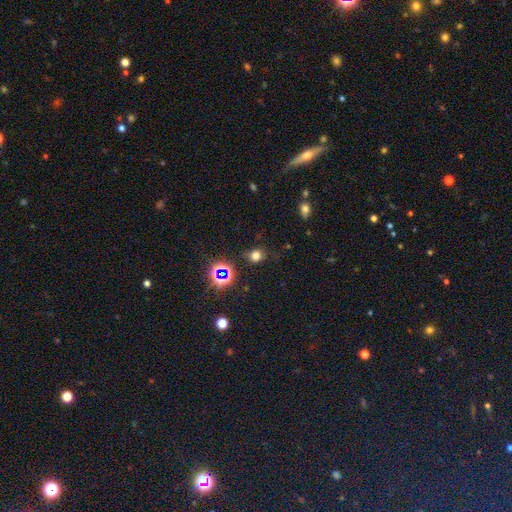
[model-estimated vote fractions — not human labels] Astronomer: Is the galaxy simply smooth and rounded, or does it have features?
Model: smooth — 66%.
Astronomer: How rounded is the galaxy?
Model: round — 73%.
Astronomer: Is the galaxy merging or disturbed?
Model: none — 78%.